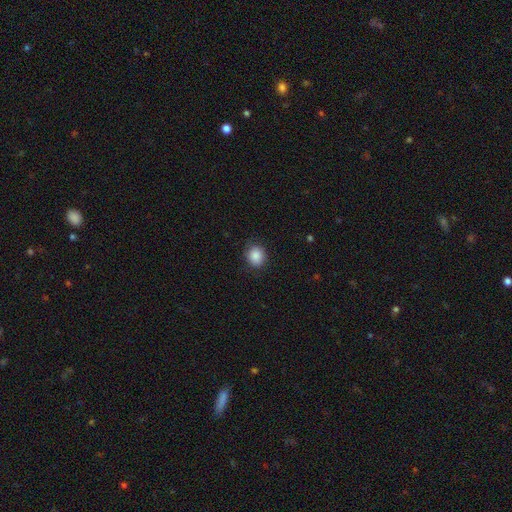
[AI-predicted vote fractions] smooth 87%, star or artifact 9%, featured or disk 4%. Down the decision tree: how rounded — round (69%); merging — none (84%).